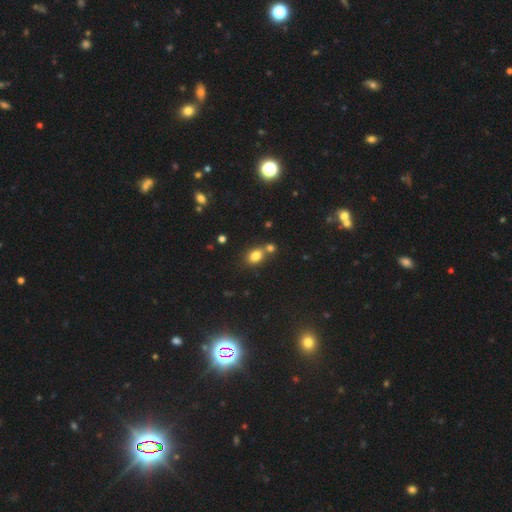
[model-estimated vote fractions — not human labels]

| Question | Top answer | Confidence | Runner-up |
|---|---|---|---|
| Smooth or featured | smooth | 79% | star or artifact (13%) |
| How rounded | in between | 57% | round (41%) |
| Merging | none | 51% | merger (35%) |